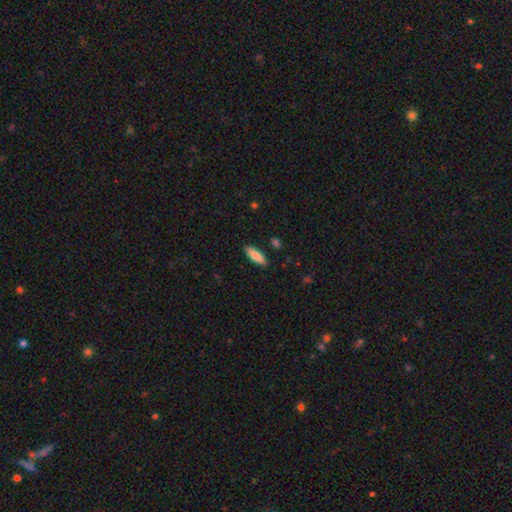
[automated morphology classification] This is clearly a smooth galaxy (81%). How rounded: possibly in between (49%, tied with cigar-shaped). Merging: clearly none (88%).